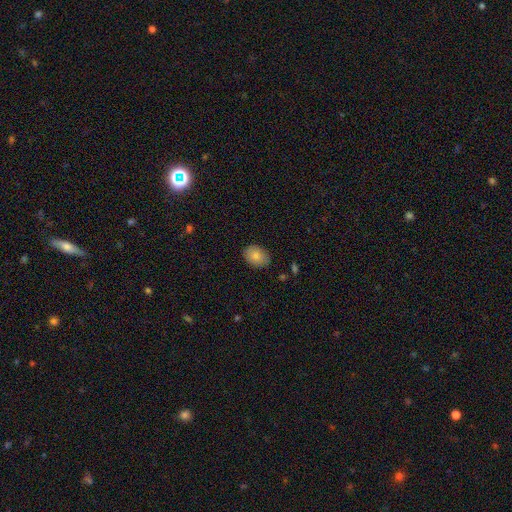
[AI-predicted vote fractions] A smooth galaxy with no disk features (82%) that is in between round and cigar-shaped (73%). Merging: none (85%).